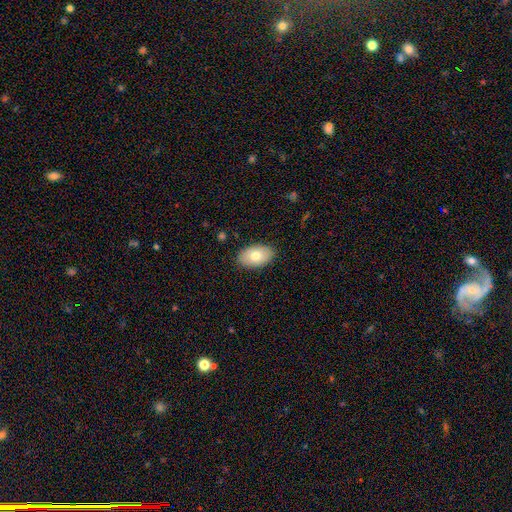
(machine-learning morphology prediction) smooth-or-featured: smooth: 76% | featured or disk: 17% | star or artifact: 7%
  how-rounded: in between: 92% | round: 7% | cigar-shaped: 1%
  merging: none: 88% | minor disturbance: 9% | major disturbance: 2% | merger: 1%